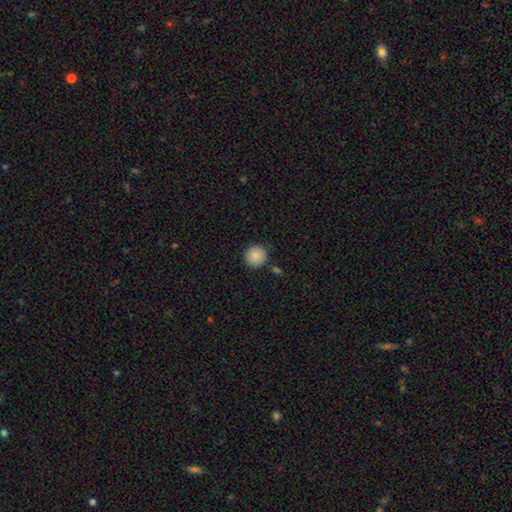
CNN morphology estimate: A smooth galaxy with no disk features (86%) that is round (93%).

Vote fractions:
- Smooth or featured? smooth: 86% / star or artifact: 9% / featured or disk: 6%
- How rounded? round: 93% / in between: 6% / cigar-shaped: 1%
- Merging? none: 86% / minor disturbance: 9% / merger: 3% / major disturbance: 2%